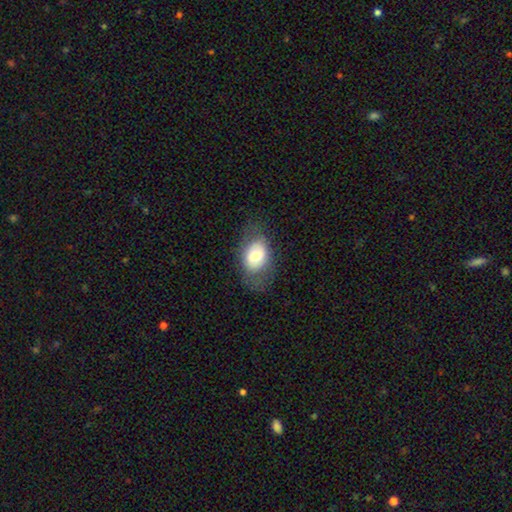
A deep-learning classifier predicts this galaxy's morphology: A smooth galaxy with no disk features (65%) that is in between round and cigar-shaped (78%). Merging: none (69%).